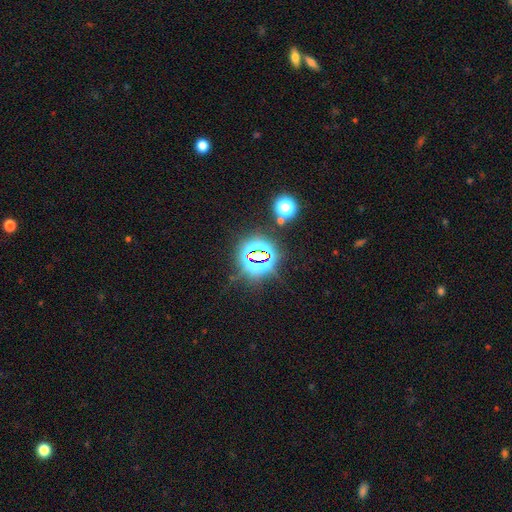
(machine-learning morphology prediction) Smooth or featured: star or artifact — 78% (smooth — 13%)